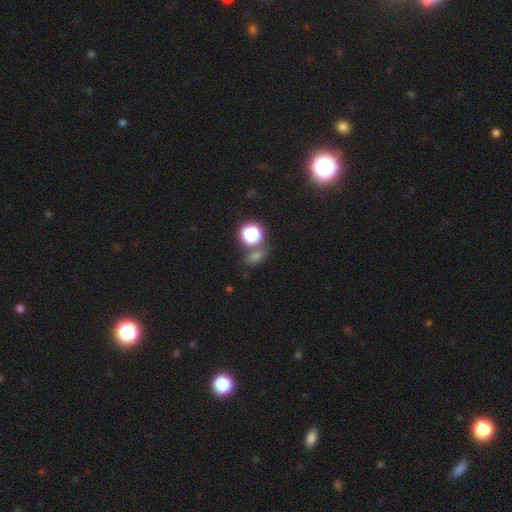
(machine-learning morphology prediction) A smooth galaxy with no disk features (49%). Merging: none (69%).